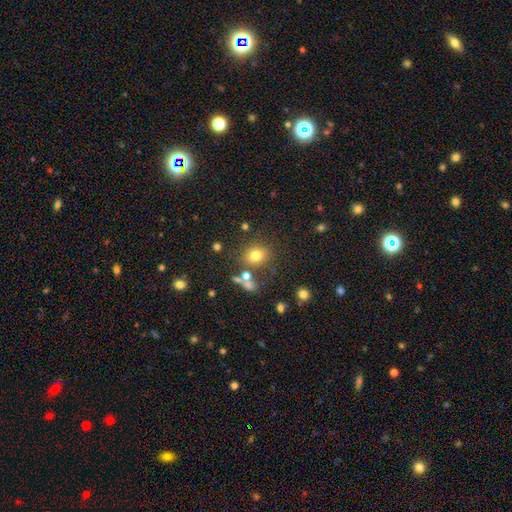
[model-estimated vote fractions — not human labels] smooth 74%, star or artifact 16%, featured or disk 10%. Down the decision tree: how rounded — round (64%); merging — none (72%).